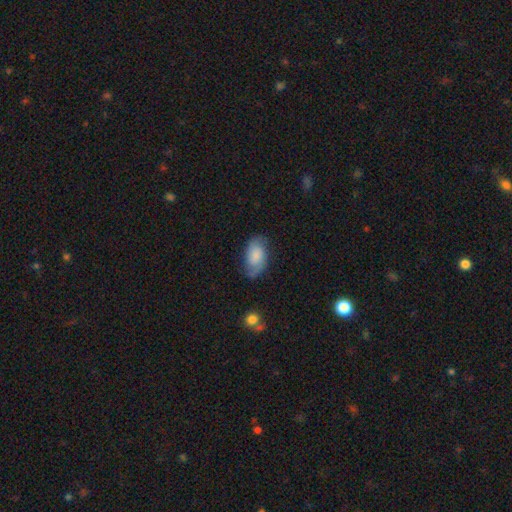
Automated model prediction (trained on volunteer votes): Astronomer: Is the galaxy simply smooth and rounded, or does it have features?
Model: smooth — 49% (runner-up: featured or disk, 43%).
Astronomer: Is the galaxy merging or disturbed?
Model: none — 68%.